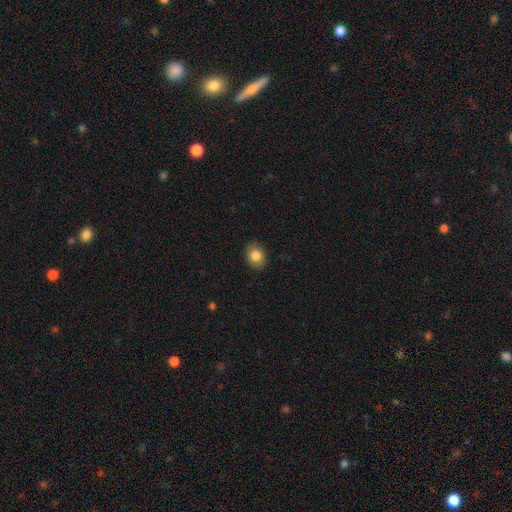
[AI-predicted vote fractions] Overall: smooth (84%). How rounded: in between (57%; round 42%). Merging: none (87%).